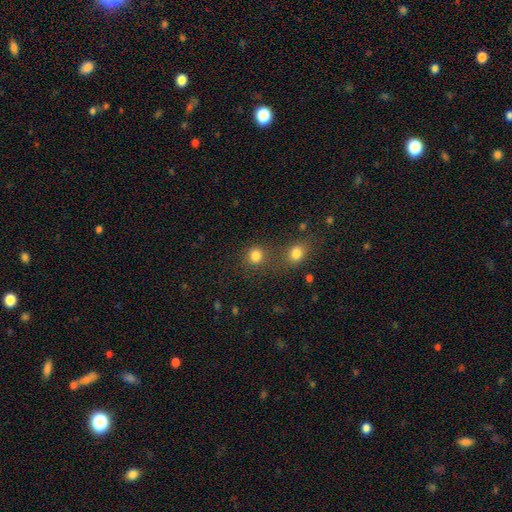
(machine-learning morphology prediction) smooth-or-featured: smooth: 82% | star or artifact: 13% | featured or disk: 5%
  how-rounded: round: 84% | in between: 15% | cigar-shaped: 1%
  merging: none: 65% | merger: 23% | minor disturbance: 8% | major disturbance: 4%